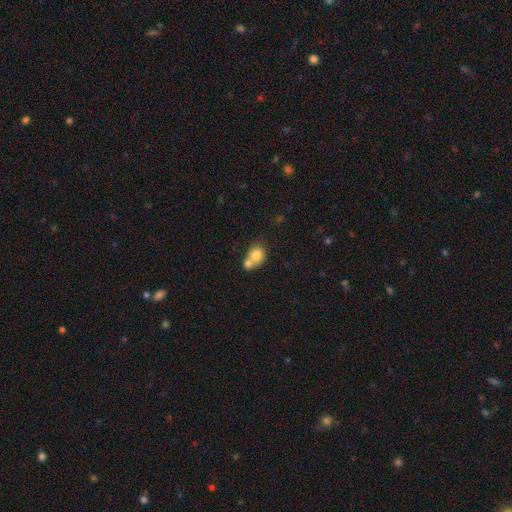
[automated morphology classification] Smooth or featured? Predicted: smooth (p=0.76). How rounded? Predicted: round (p=0.69). Merging? Predicted: merger (p=0.58).